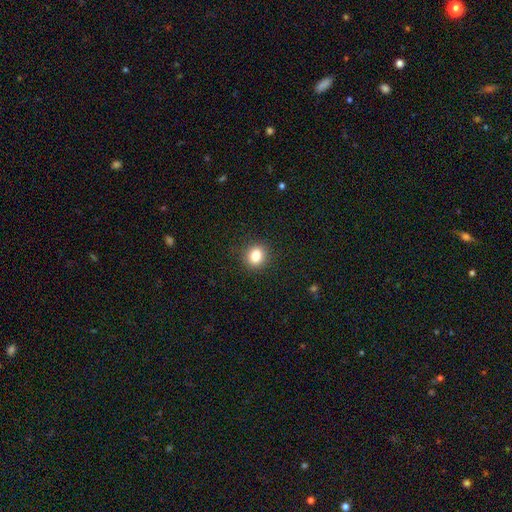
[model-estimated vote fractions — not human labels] Smooth or featured? Predicted: smooth (p=0.83). How rounded? Predicted: round (p=0.73). Merging? Predicted: none (p=0.90).